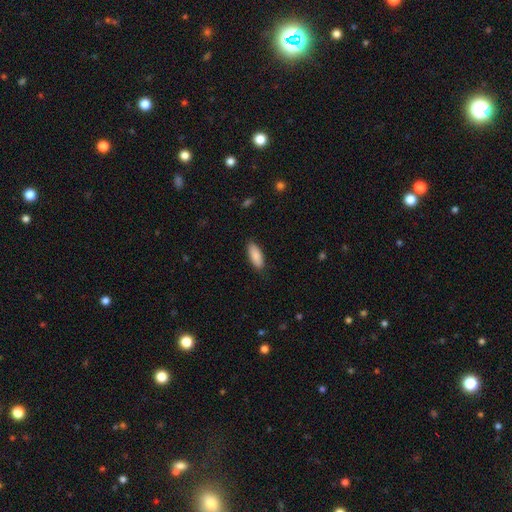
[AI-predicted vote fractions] smooth-or-featured: smooth: 88% | featured or disk: 6% | star or artifact: 6%
  how-rounded: in between: 78% | cigar-shaped: 21% | round: 2%
  merging: none: 86% | minor disturbance: 11% | major disturbance: 2% | merger: 1%